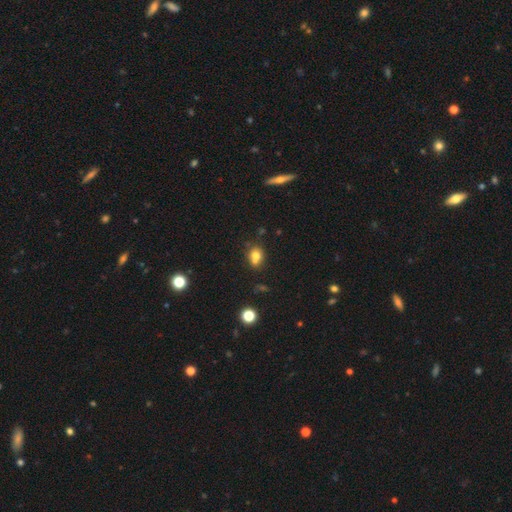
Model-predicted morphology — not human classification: Overall: smooth (73%). How rounded: round (60%; in between 39%). Merging: none (45%; merger 36%).